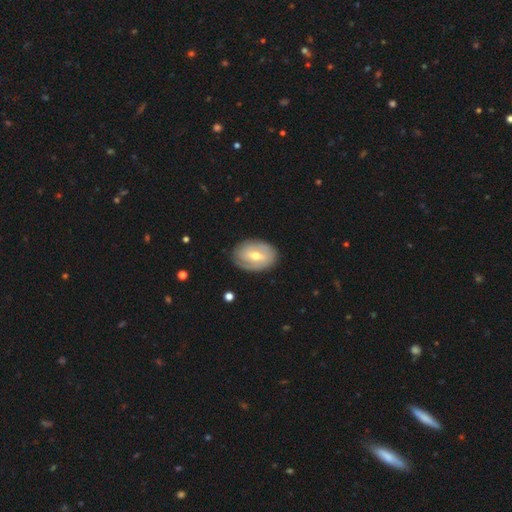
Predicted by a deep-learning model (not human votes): This appears to be a featured or disk galaxy (62%) with a weak bar (49%), spiral arms (66%) and a moderate central bulge (66%). Merging: none (81%).